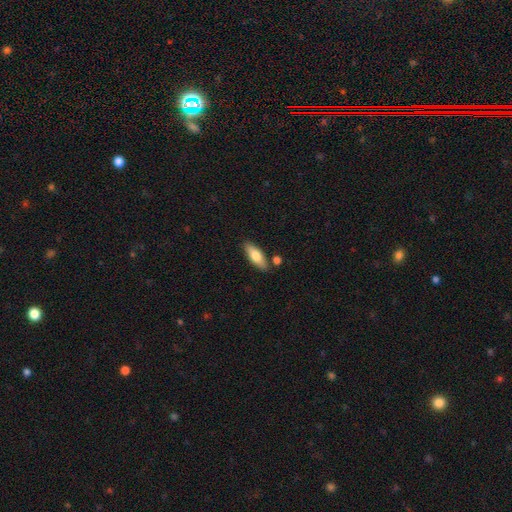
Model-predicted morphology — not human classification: Q: Smooth or featured?
A: smooth (73%); runner-up: featured or disk (21%)
Q: How rounded?
A: in between (64%); runner-up: cigar-shaped (33%)
Q: Merging?
A: none (81%); runner-up: minor disturbance (11%)